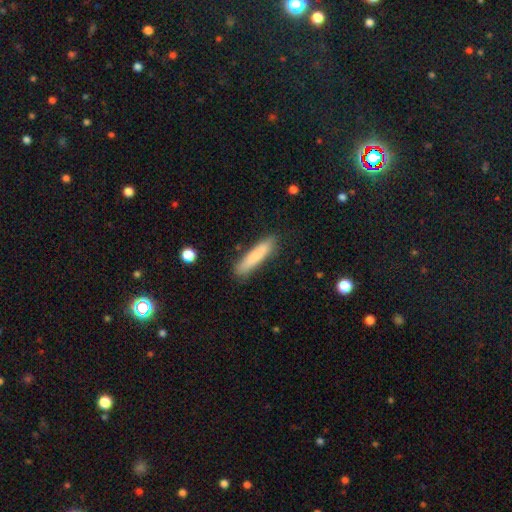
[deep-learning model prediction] A smooth galaxy with no disk features (80%) that is cigar-shaped (86%).

Vote fractions:
- Smooth or featured? smooth: 80% / featured or disk: 15% / star or artifact: 6%
- How rounded? cigar-shaped: 86% / in between: 12% / round: 1%
- Merging? none: 85% / minor disturbance: 11% / major disturbance: 2% / merger: 2%